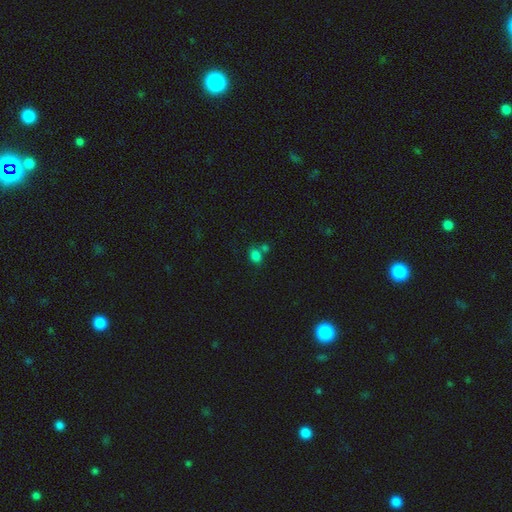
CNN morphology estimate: This appears to be a smooth galaxy with no disk features (78%) that is in between round and cigar-shaped (63%). Merging: none (53%).